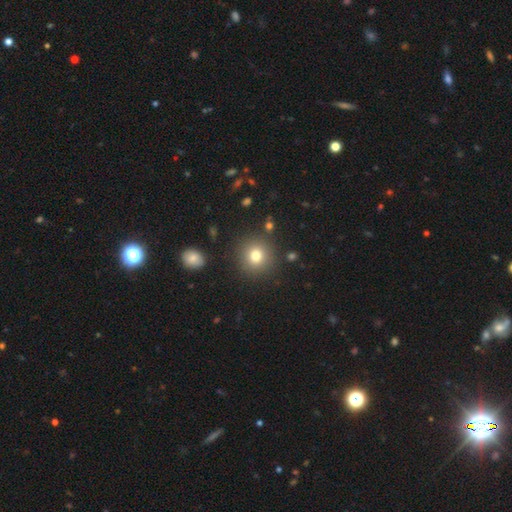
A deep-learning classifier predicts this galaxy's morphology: Smooth or featured? Predicted: smooth (p=0.78). How rounded? Predicted: round (p=0.92). Merging? Predicted: none (p=0.88).